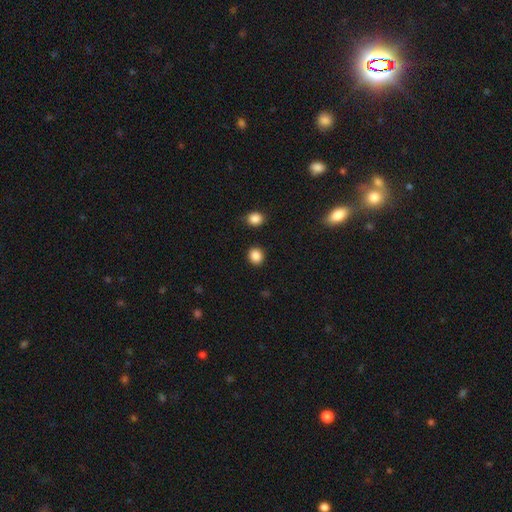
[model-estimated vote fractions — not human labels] A smooth galaxy with no disk features (88%) that is round (80%). Merging: none (89%).